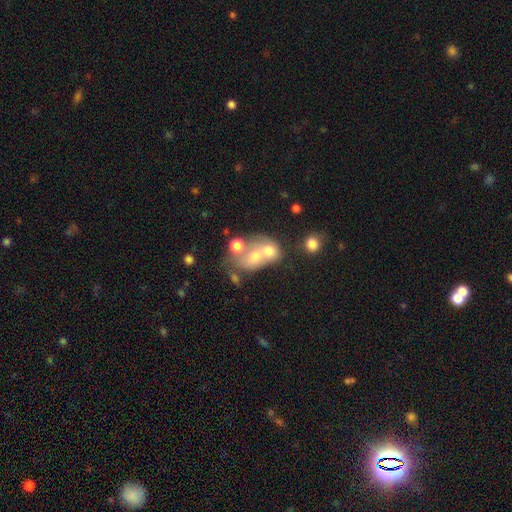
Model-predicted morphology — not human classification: Smooth or featured?
  - smooth: 51% *
  - featured or disk: 35%
  - star or artifact: 15%
How rounded?
  - in between: 58% *
  - round: 40%
  - cigar-shaped: 2%
Merging?
  - merger: 64% *
  - none: 18%
  - major disturbance: 9%
  - minor disturbance: 9%